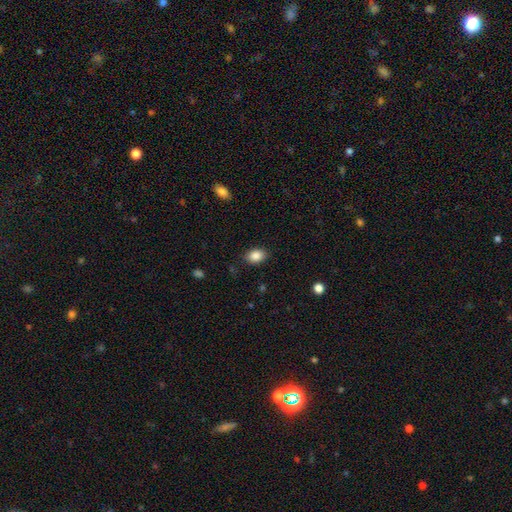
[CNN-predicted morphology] A smooth galaxy with no disk features (87%) that is in between round and cigar-shaped (81%). Merging: none (86%).